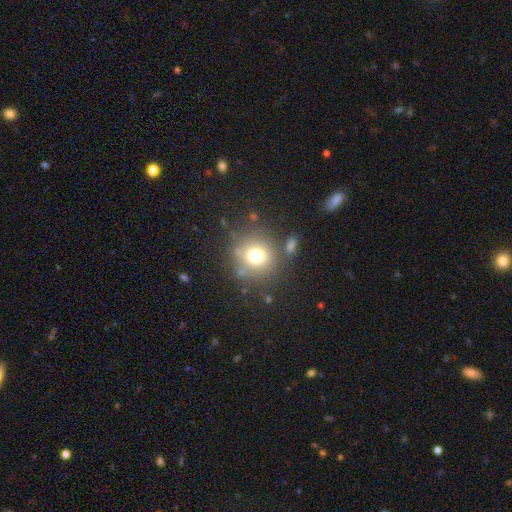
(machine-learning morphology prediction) Smooth or featured?
  - smooth: 72% *
  - star or artifact: 15%
  - featured or disk: 13%
How rounded?
  - round: 90% *
  - in between: 9%
  - cigar-shaped: 1%
Merging?
  - none: 76% *
  - minor disturbance: 11%
  - merger: 7%
  - major disturbance: 6%